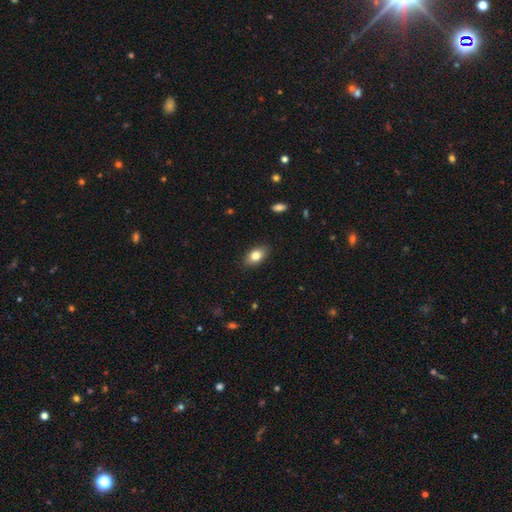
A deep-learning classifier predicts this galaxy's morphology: smooth_or_featured: smooth (p=0.81) [alt: featured or disk p=0.11]
how_rounded: in between (p=0.88) [alt: round p=0.10]
merging: none (p=0.87) [alt: minor disturbance p=0.10]